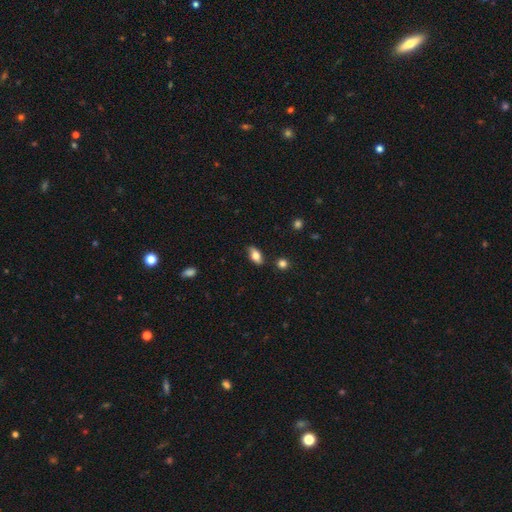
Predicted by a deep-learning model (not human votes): smooth-or-featured: smooth: 76% | featured or disk: 17% | star or artifact: 8%
  how-rounded: in between: 88% | cigar-shaped: 7% | round: 5%
  merging: none: 81% | minor disturbance: 14% | major disturbance: 3% | merger: 2%